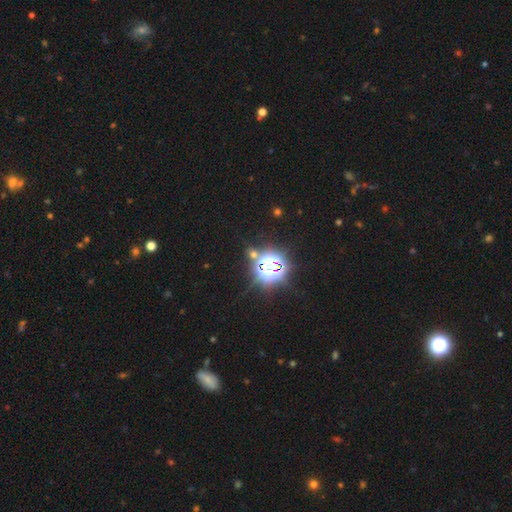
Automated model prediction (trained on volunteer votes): Morphology: type=star or artifact (79%).